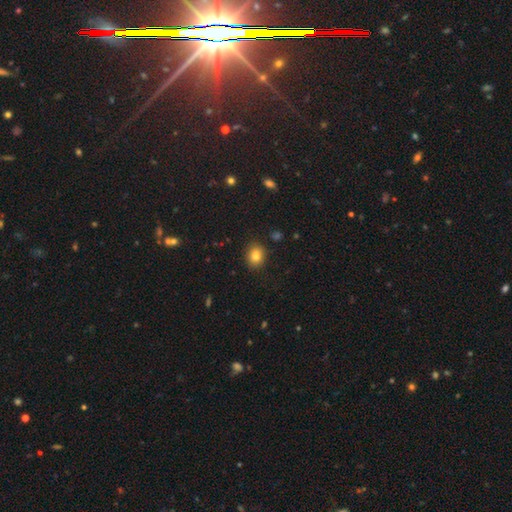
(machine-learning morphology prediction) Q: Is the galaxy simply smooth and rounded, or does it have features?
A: smooth — 82%.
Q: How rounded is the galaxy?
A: round — 64%.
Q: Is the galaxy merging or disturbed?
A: none — 89%.